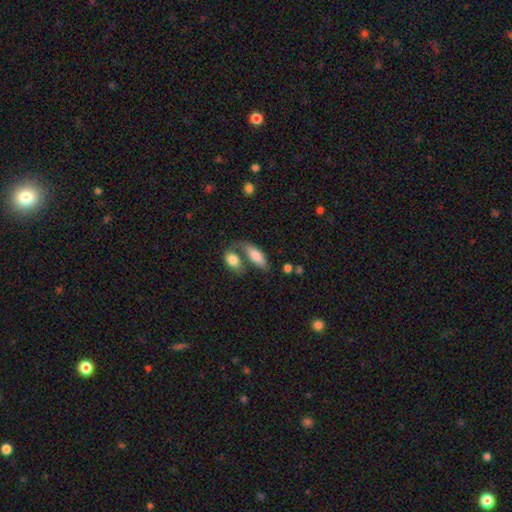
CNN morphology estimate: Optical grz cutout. It shows a smooth galaxy with no disk features (76%) that is in between round and cigar-shaped (79%). Merging: merger (44%).